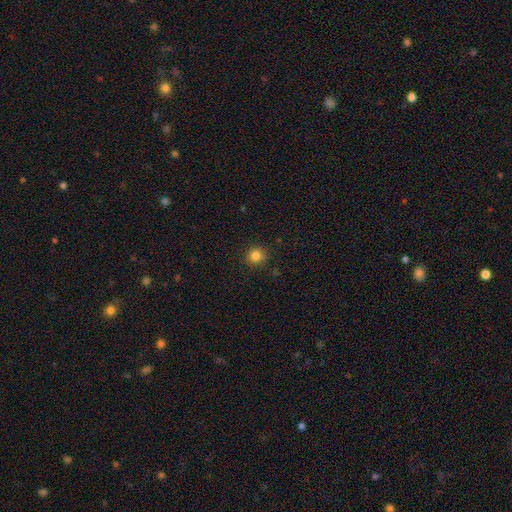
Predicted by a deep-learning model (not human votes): This appears to be a smooth galaxy with no disk features (83%) that is round (92%). Merging: none (89%).